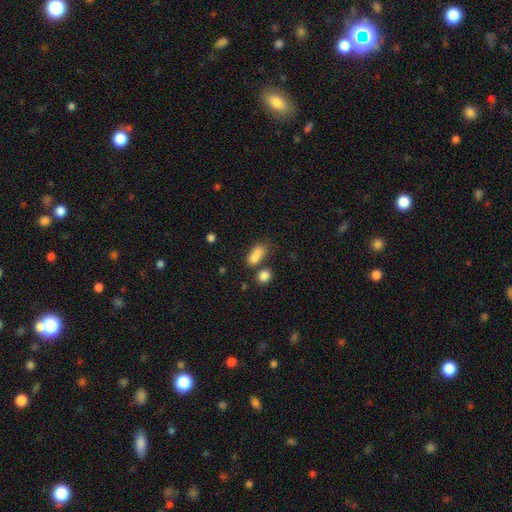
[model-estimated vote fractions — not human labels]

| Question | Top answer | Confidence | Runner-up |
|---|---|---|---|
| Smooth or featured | smooth | 79% | star or artifact (10%) |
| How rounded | in between | 75% | round (16%) |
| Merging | merger | 42% | none (36%) |